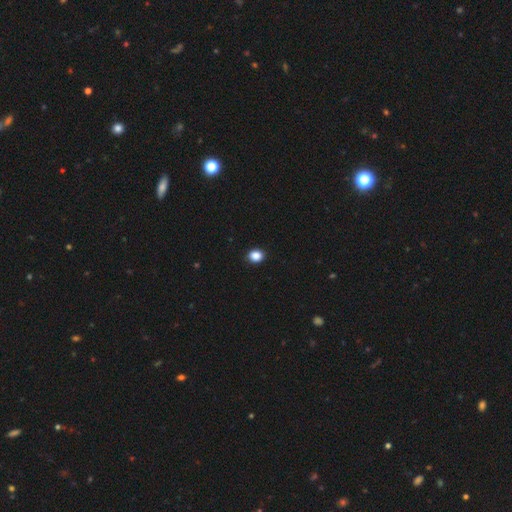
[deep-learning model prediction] smooth_or_featured: smooth (p=0.87) [alt: star or artifact p=0.10]
how_rounded: round (p=0.67) [alt: in between p=0.32]
merging: none (p=0.91) [alt: minor disturbance p=0.07]